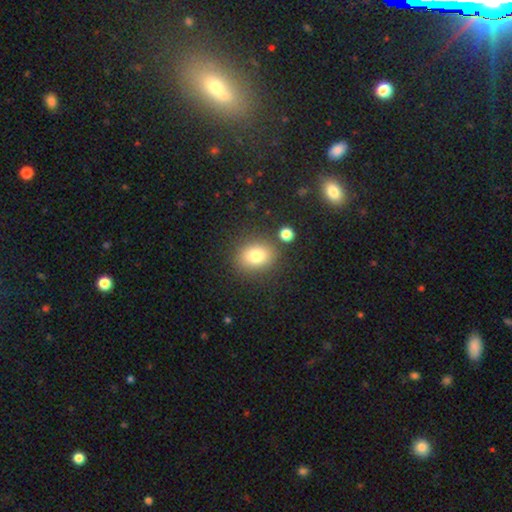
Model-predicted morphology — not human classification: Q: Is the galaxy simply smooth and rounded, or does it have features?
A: smooth — 79%.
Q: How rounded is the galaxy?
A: round — 50%.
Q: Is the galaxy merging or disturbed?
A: none — 79%.